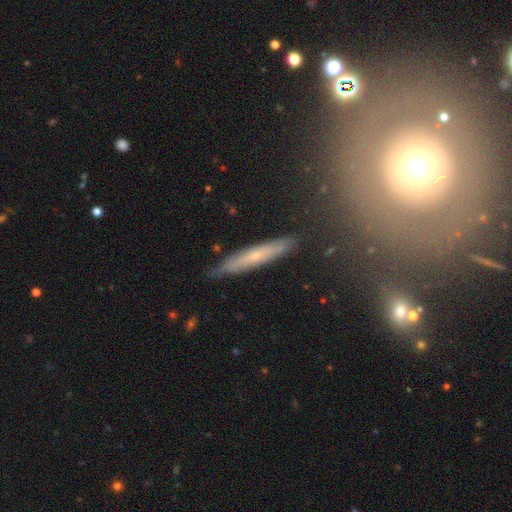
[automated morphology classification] The model was most divided on "smooth or featured": featured or disk: 54%, smooth: 38%, star or artifact: 8%. More confident: merging — none (84%); edge-on disk — yes (75%).